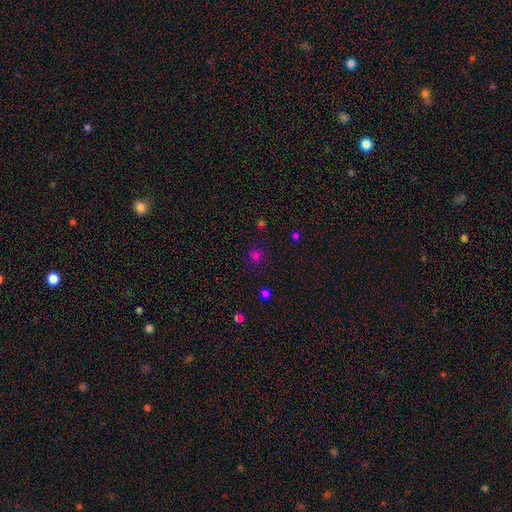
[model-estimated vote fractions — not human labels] Smooth or featured: smooth — 68% (star or artifact — 26%)
How rounded: round — 88% (in between — 11%)
Merging: none — 84% (minor disturbance — 11%)